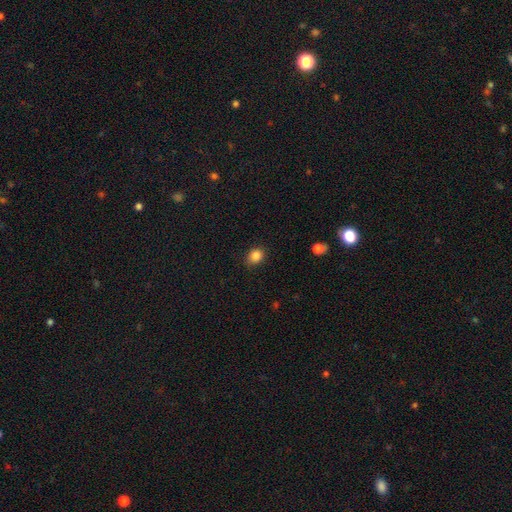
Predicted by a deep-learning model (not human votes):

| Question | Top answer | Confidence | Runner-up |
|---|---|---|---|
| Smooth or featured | smooth | 85% | star or artifact (11%) |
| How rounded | round | 67% | in between (32%) |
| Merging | none | 82% | minor disturbance (14%) |